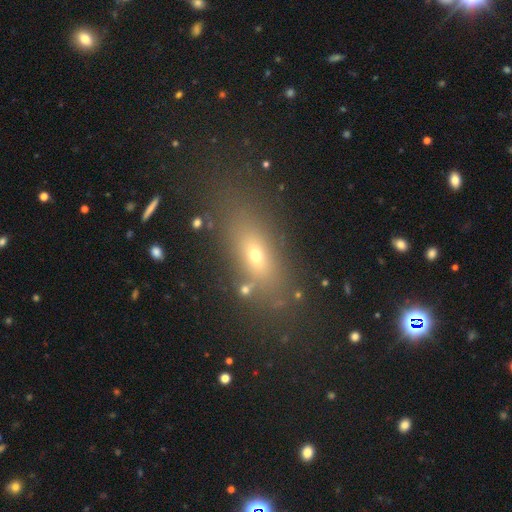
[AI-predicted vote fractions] The model was most divided on "how rounded": in between: 62%, cigar-shaped: 27%, round: 11%. More confident: merging — none (78%); smooth or featured — smooth (58%).